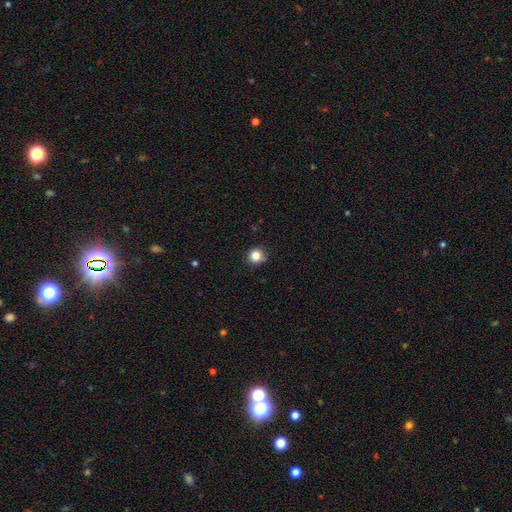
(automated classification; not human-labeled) The model was most divided on "smooth or featured": smooth: 84%, star or artifact: 12%, featured or disk: 5%. More confident: how rounded — round (91%); merging — none (85%).